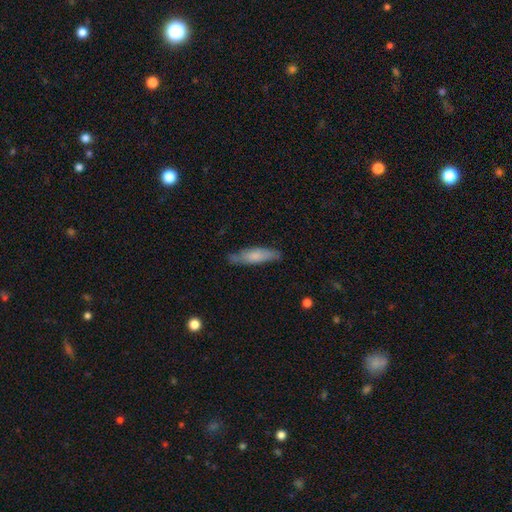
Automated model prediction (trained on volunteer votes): Smooth or featured?
  - smooth: 69% *
  - featured or disk: 25%
  - star or artifact: 6%
How rounded?
  - cigar-shaped: 66% *
  - in between: 32%
  - round: 2%
Merging?
  - none: 76% *
  - minor disturbance: 19%
  - major disturbance: 3%
  - merger: 2%